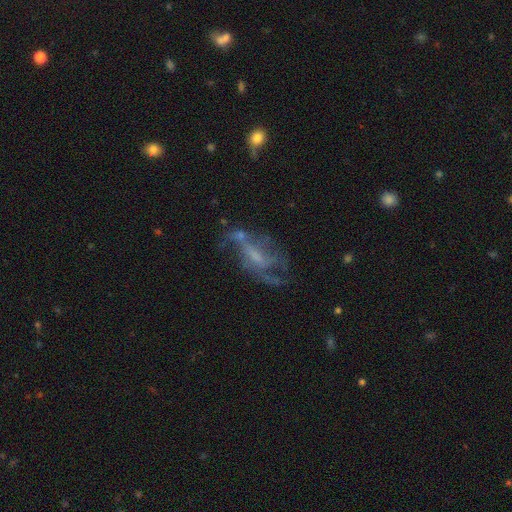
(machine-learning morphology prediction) The model was most divided on "bar": no: 43%, weak: 39%, strong: 17%. Remaining: edge-on disk — no (90%); smooth or featured — featured or disk (69%); spiral arms — yes (65%); merging — none (42%); bulge size — small (36%).